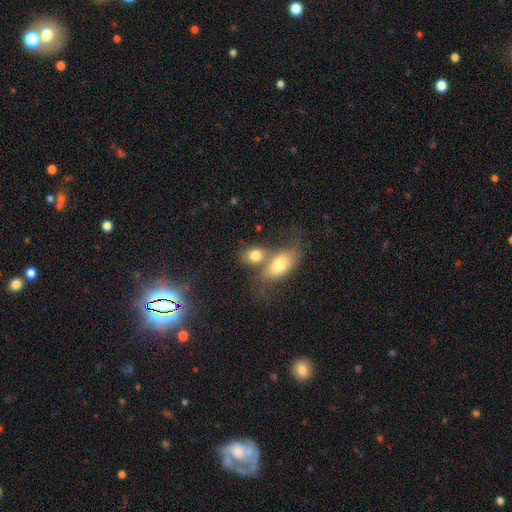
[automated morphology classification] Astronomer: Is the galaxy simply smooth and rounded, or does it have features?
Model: smooth — 76%.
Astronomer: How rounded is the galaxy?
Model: in between — 69%.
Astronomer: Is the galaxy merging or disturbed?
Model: merger — 56%.